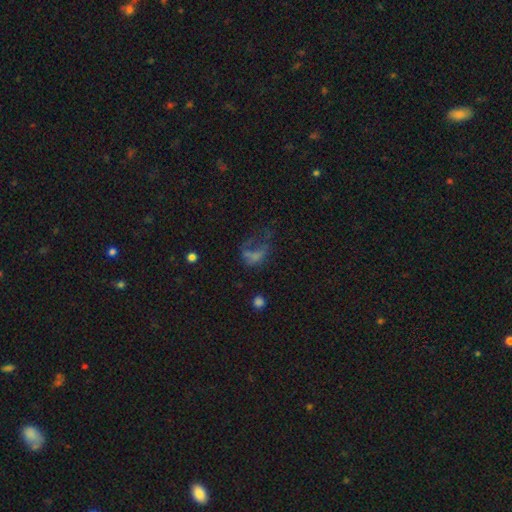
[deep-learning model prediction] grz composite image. It shows a smooth galaxy with no disk features (38%). Merging: major disturbance (53%).